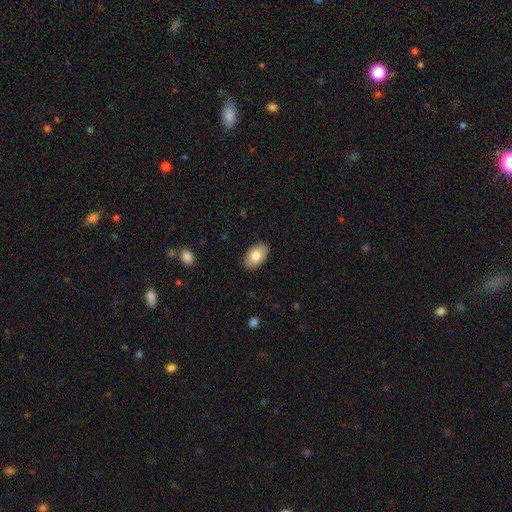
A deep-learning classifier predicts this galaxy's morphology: Q: Smooth or featured?
A: smooth (80%); runner-up: featured or disk (13%)
Q: How rounded?
A: in between (91%); runner-up: round (8%)
Q: Merging?
A: none (87%); runner-up: minor disturbance (10%)